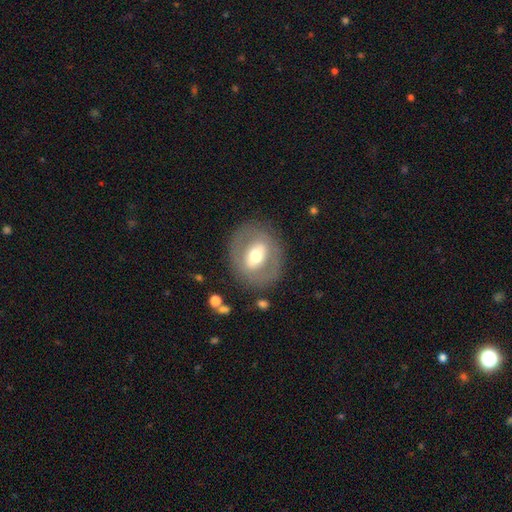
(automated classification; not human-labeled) Smooth or featured? featured or disk (51%)
Edge-on disk? no (91%)
Merging? none (80%)